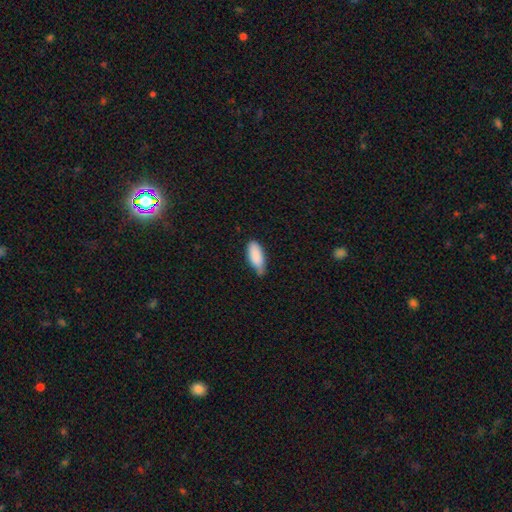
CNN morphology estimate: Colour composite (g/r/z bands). It shows a smooth galaxy with no disk features (88%) that is in between round and cigar-shaped (83%). Merging: none (57%).